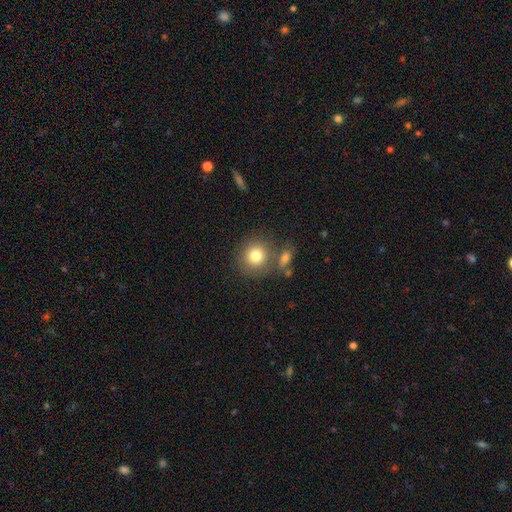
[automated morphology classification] Smooth or featured? smooth (79%)
How rounded? round (88%)
Merging? none (69%)